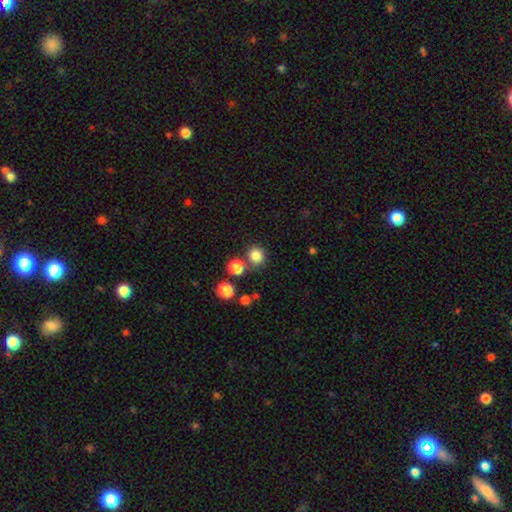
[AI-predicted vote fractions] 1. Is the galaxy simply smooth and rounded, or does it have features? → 83% smooth, 12% star or artifact, 5% featured or disk.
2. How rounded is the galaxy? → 90% round, 9% in between, 1% cigar-shaped.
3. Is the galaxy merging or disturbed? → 76% none, 13% merger, 8% minor disturbance, 3% major disturbance.